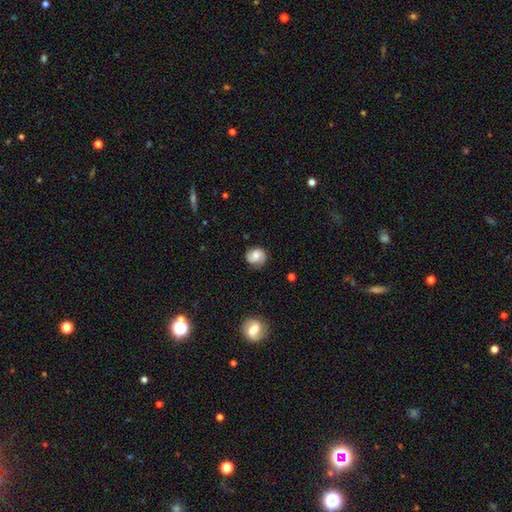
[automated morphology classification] smooth_or_featured: smooth (p=0.48) [alt: featured or disk p=0.43]
merging: none (p=0.75) [alt: minor disturbance p=0.19]